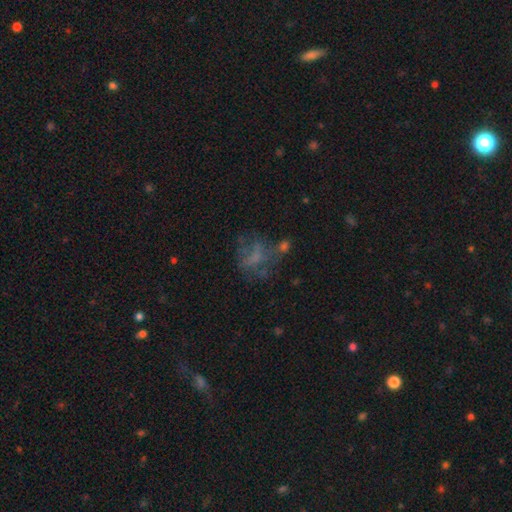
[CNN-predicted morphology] Overall: featured or disk (40%; smooth 37%). Merging: none (42%; major disturbance 32%).